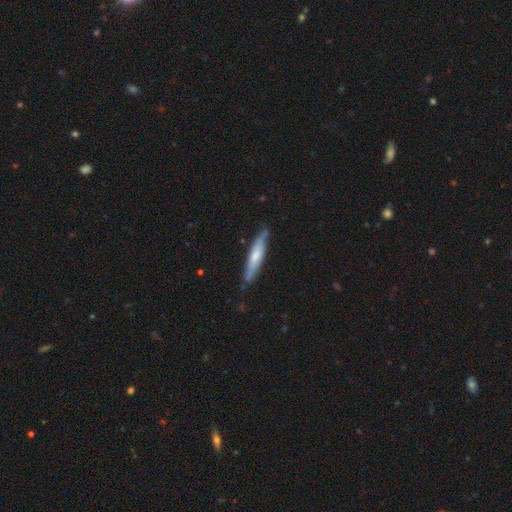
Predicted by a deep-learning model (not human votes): Smooth or featured? smooth (55%)
How rounded? cigar-shaped (87%)
Merging? none (79%)